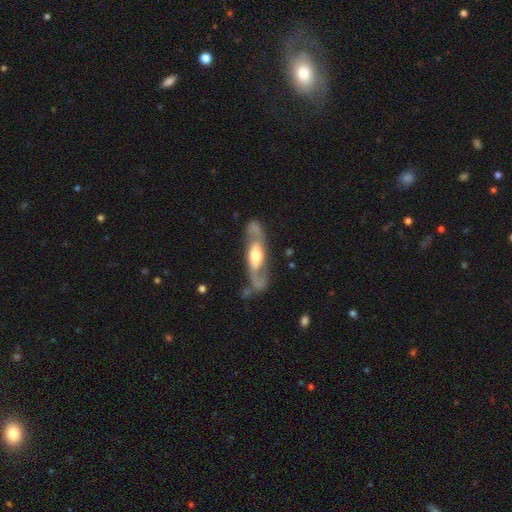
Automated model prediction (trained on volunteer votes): A featured or disk galaxy (75%) with no bar (46%), spiral arms (82%) and a moderate central bulge (58%).

Vote fractions:
- Smooth or featured? featured or disk: 75% / smooth: 20% / star or artifact: 5%
- Edge-on disk? no: 79% / yes: 21%
- Bar? no: 46% / weak: 33% / strong: 21%
- Spiral arms? yes: 82% / no: 18%
- Bulge size? moderate: 58% / large: 28% / small: 10% / dominant: 2% / none: 1%
- Merging? none: 66% / minor disturbance: 18% / major disturbance: 12% / merger: 4%